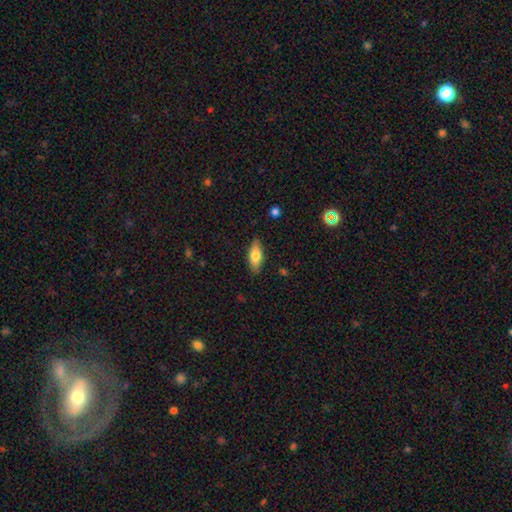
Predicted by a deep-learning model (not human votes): smooth_or_featured: smooth (p=0.71) [alt: featured or disk p=0.22]
how_rounded: in between (p=0.75) [alt: cigar-shaped p=0.23]
merging: none (p=0.85) [alt: minor disturbance p=0.11]